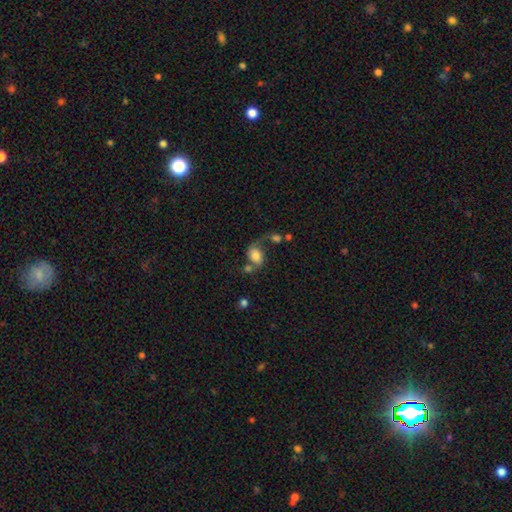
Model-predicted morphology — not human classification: A smooth galaxy with no disk features (61%) that is in between round and cigar-shaped (72%). Merging: merger (35%).